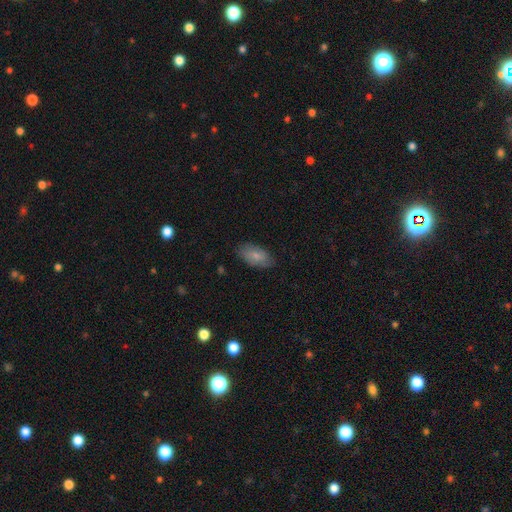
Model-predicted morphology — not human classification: This appears to be a smooth galaxy with no disk features (75%) that is in between round and cigar-shaped (93%). Merging: none (77%).